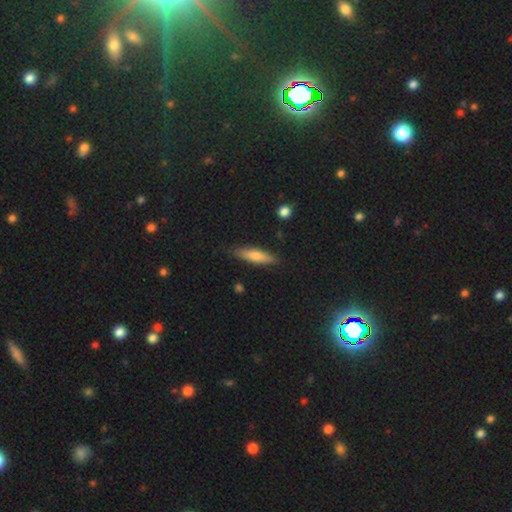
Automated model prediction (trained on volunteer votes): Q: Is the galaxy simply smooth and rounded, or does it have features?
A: smooth — 65%.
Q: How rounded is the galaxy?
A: cigar-shaped — 75%.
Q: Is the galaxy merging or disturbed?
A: none — 86%.